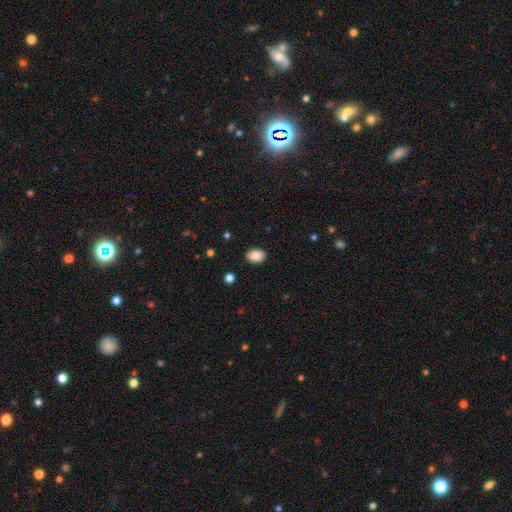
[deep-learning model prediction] This is clearly a smooth galaxy (88%). How rounded: likely in between (74%). Merging: clearly none (88%).